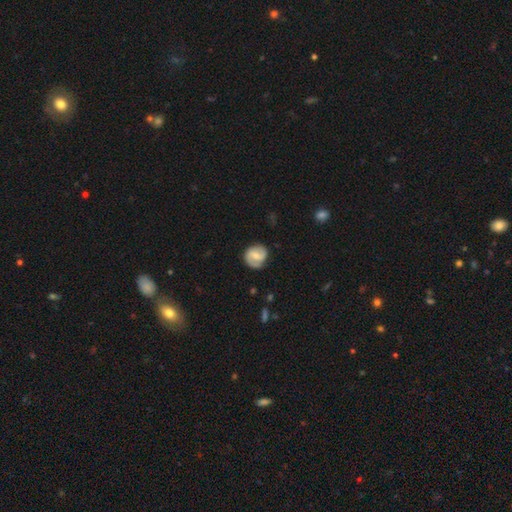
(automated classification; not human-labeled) Overall: featured or disk (66%; smooth 28%). Edge-on disk: no (98%). Bar: weak (50%; no 34%). Spiral arms: yes (91%). Spiral arm count: 2 (82%). Spiral winding: medium (45%; tight 35%). Bulge size: small (48%; moderate 41%). Merging: none (77%).